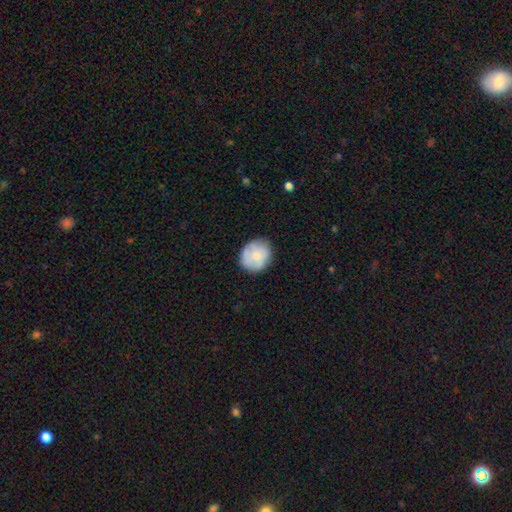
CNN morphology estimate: Smooth or featured? Predicted: smooth (p=0.77). How rounded? Predicted: round (p=0.82). Merging? Predicted: none (p=0.82).